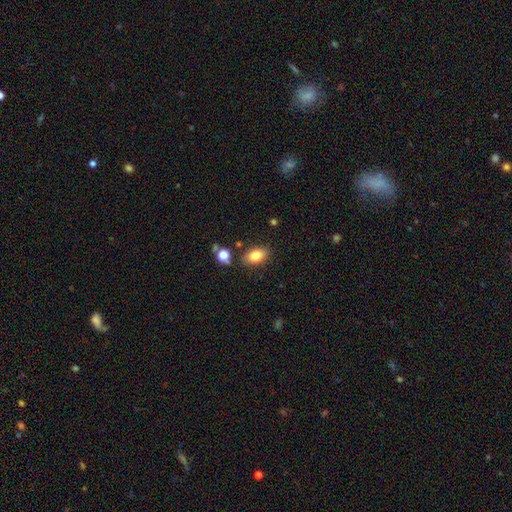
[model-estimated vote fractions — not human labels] This is clearly a smooth galaxy (81%). How rounded: clearly in between (87%). Merging: clearly none (81%).